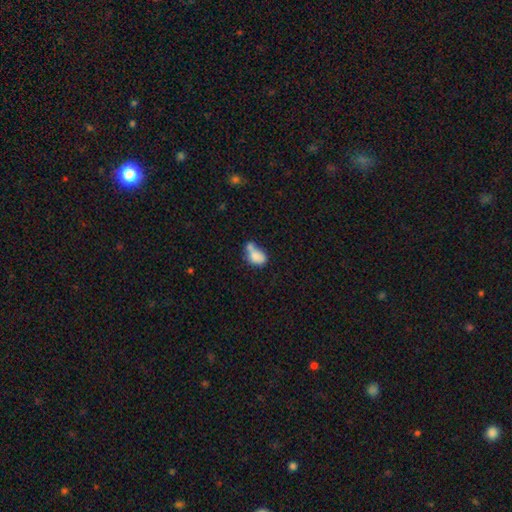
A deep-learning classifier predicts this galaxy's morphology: The model was most divided on "merging": merger: 49%, none: 26%, minor disturbance: 17%, major disturbance: 9%. More confident: how rounded — in between (79%); smooth or featured — smooth (78%).